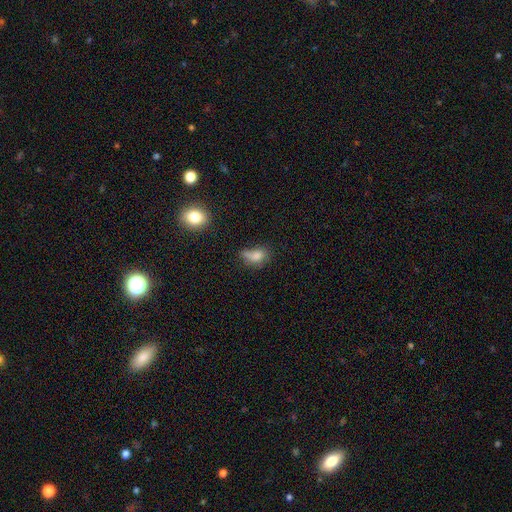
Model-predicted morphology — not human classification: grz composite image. It shows a smooth galaxy with no disk features (74%) that is in between round and cigar-shaped (64%). Merging: none (37%).